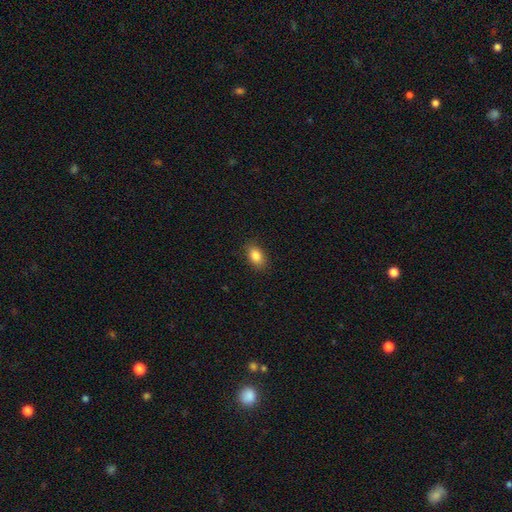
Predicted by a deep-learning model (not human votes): smooth-or-featured: smooth: 86% | star or artifact: 8% | featured or disk: 6%
  how-rounded: in between: 86% | round: 12% | cigar-shaped: 2%
  merging: none: 87% | minor disturbance: 10% | major disturbance: 2% | merger: 1%